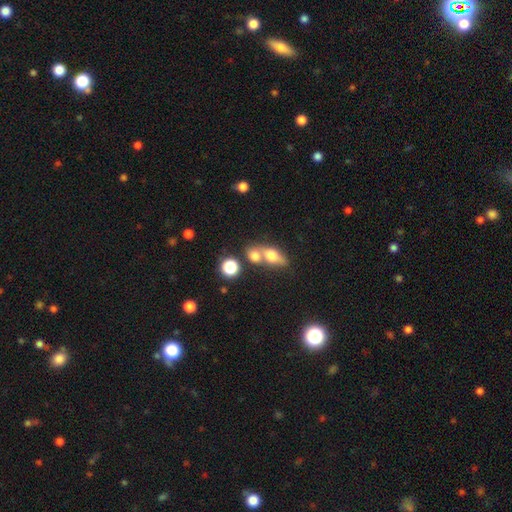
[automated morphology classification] smooth 67%, featured or disk 21%, star or artifact 12%. Down the decision tree: how rounded — in between (51%); merging — merger (55%).